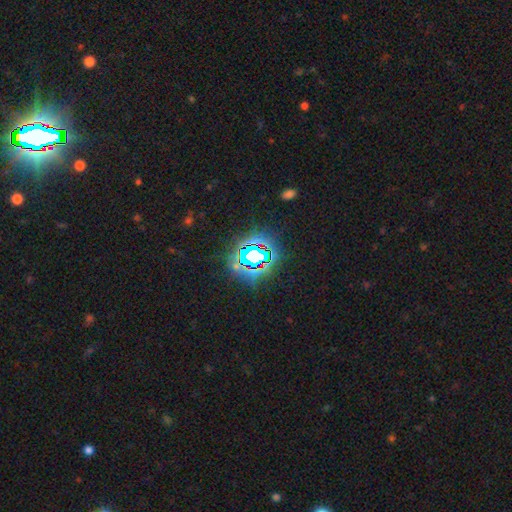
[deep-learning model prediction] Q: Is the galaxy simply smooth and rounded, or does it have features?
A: star or artifact — 77%.